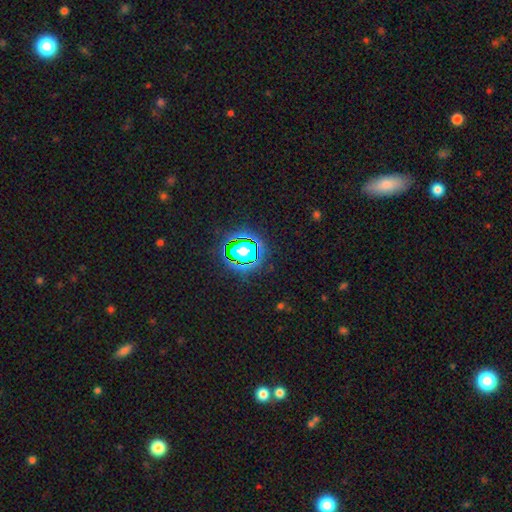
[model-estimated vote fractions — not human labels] This appears to be a star or artifact, not a galaxy (78%).